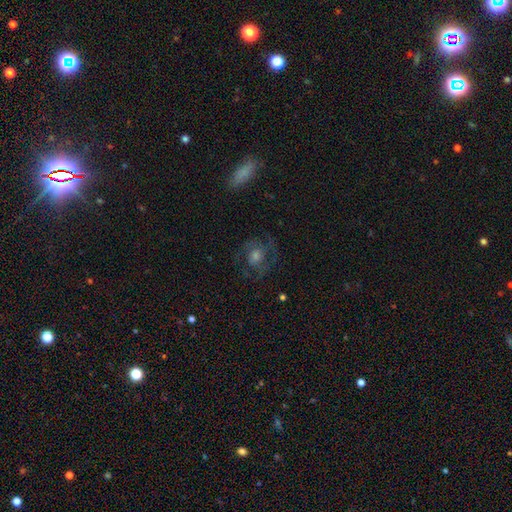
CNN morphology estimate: Q: Smooth or featured?
A: featured or disk (60%); runner-up: smooth (27%)
Q: Edge-on disk?
A: no (96%); runner-up: yes (4%)
Q: Bar?
A: no (74%); runner-up: weak (22%)
Q: Spiral arms?
A: yes (77%); runner-up: no (23%)
Q: Bulge size?
A: moderate (50%); runner-up: small (26%)
Q: Merging?
A: none (70%); runner-up: minor disturbance (15%)